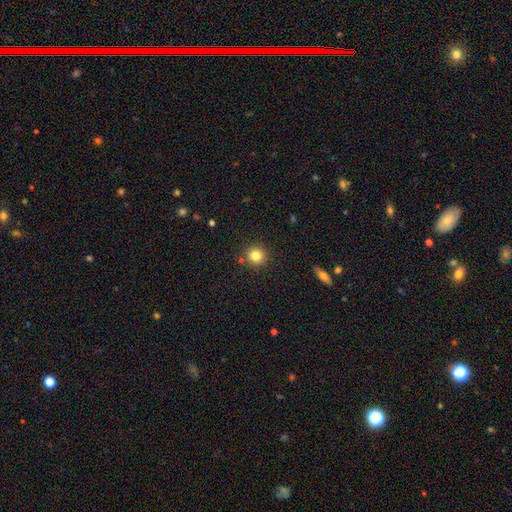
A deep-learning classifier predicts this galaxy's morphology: smooth-or-featured: smooth: 82% | star or artifact: 12% | featured or disk: 6%
  how-rounded: round: 92% | in between: 7% | cigar-shaped: 1%
  merging: none: 88% | minor disturbance: 7% | merger: 3% | major disturbance: 2%